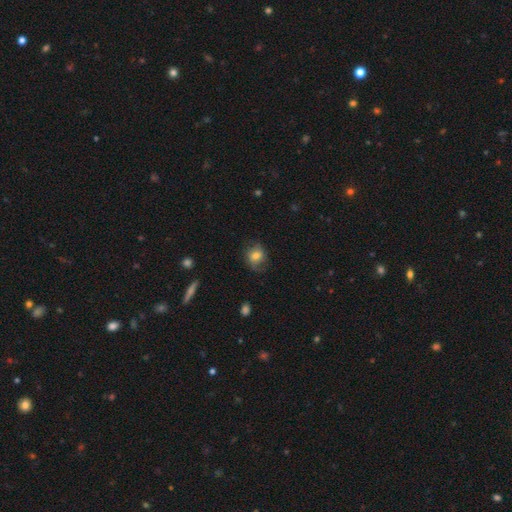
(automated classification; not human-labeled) Smooth or featured? smooth (66%)
How rounded? round (62%)
Merging? none (66%)